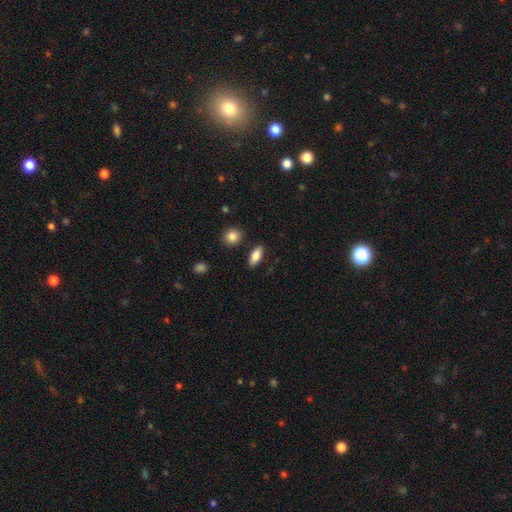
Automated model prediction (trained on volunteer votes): Q: Smooth or featured?
A: smooth (83%); runner-up: featured or disk (10%)
Q: How rounded?
A: in between (83%); runner-up: cigar-shaped (13%)
Q: Merging?
A: none (86%); runner-up: minor disturbance (9%)